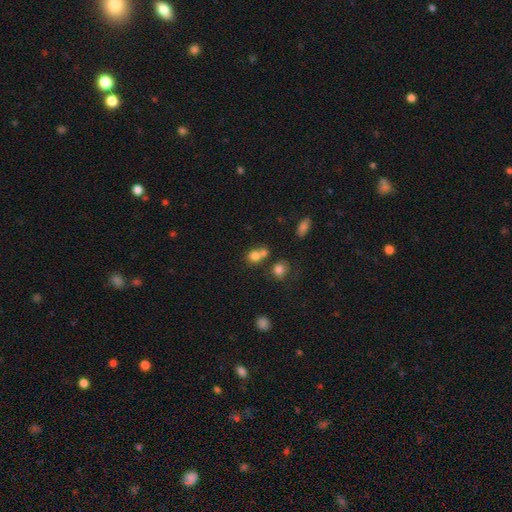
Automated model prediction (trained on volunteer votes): smooth 77%, star or artifact 13%, featured or disk 10%. Down the decision tree: how rounded — round (74%); merging — merger (45%).